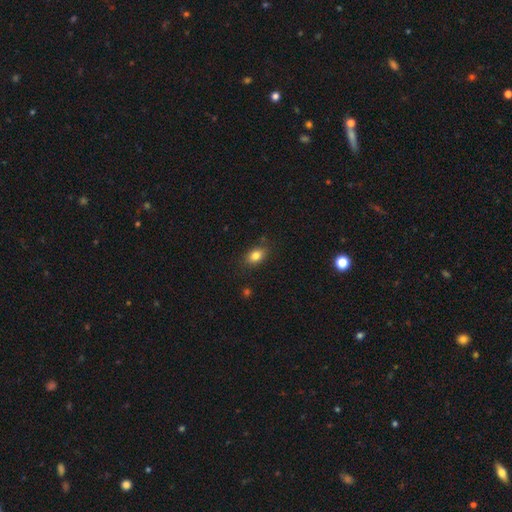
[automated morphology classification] This is clearly a smooth galaxy (83%). How rounded: clearly in between (80%). Merging: clearly none (83%).